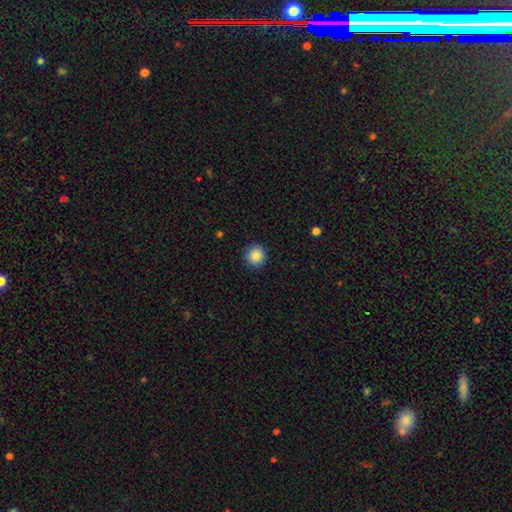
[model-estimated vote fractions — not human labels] Smooth or featured?
  - smooth: 87% *
  - star or artifact: 9%
  - featured or disk: 4%
How rounded?
  - round: 91% *
  - in between: 8%
  - cigar-shaped: 1%
Merging?
  - none: 90% *
  - minor disturbance: 7%
  - major disturbance: 2%
  - merger: 1%